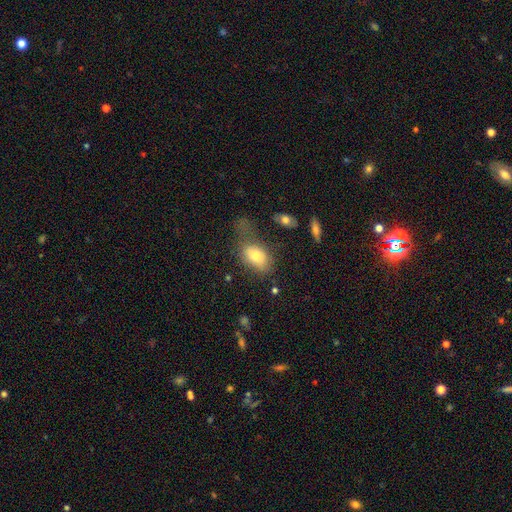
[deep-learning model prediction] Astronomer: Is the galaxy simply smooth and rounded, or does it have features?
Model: smooth — 77%.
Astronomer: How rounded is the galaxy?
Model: in between — 89%.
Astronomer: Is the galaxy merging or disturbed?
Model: none — 40% (runner-up: minor disturbance, 26%).